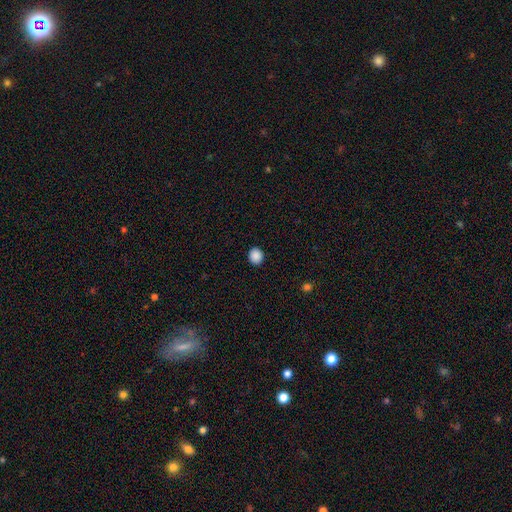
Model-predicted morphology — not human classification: Smooth or featured? Predicted: smooth (p=0.89). How rounded? Predicted: round (p=0.79). Merging? Predicted: none (p=0.92).